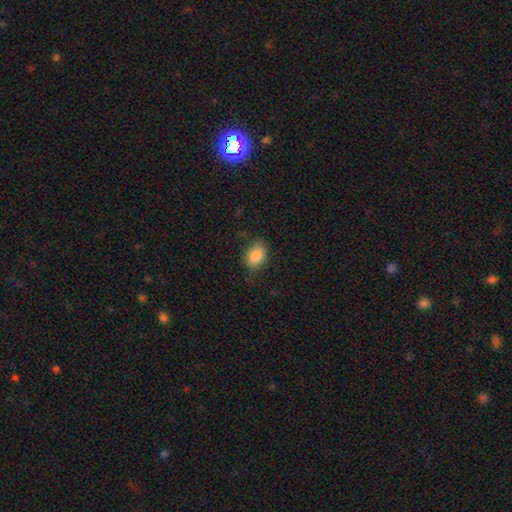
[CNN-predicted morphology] Overall: smooth (86%). How rounded: in between (79%). Merging: none (79%).